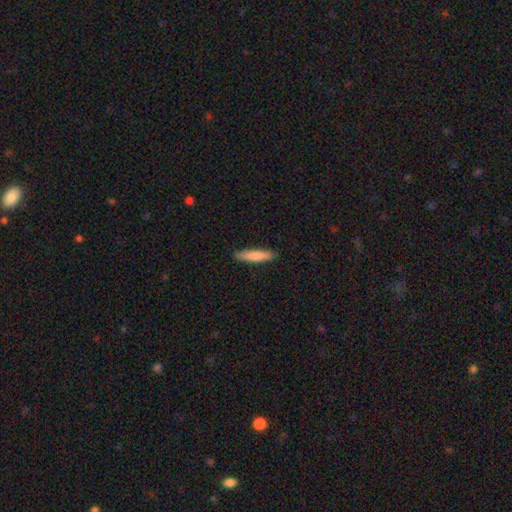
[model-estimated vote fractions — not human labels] Smooth or featured?
  - smooth: 82% *
  - featured or disk: 13%
  - star or artifact: 5%
How rounded?
  - cigar-shaped: 84% *
  - in between: 14%
  - round: 1%
Merging?
  - none: 89% *
  - minor disturbance: 9%
  - major disturbance: 2%
  - merger: 1%